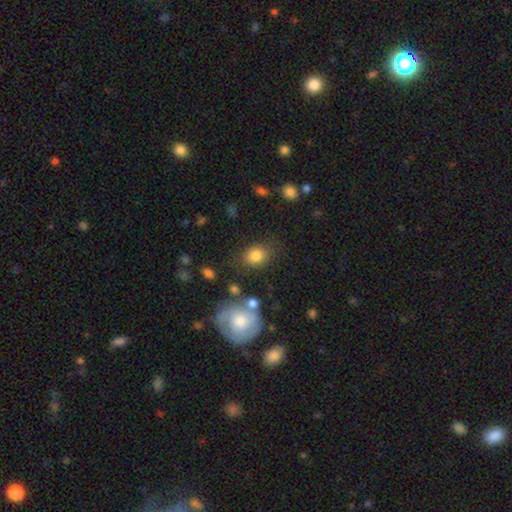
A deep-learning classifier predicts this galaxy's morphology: This appears to be a smooth galaxy with no disk features (81%) that is in between round and cigar-shaped (51%). Merging: none (76%).